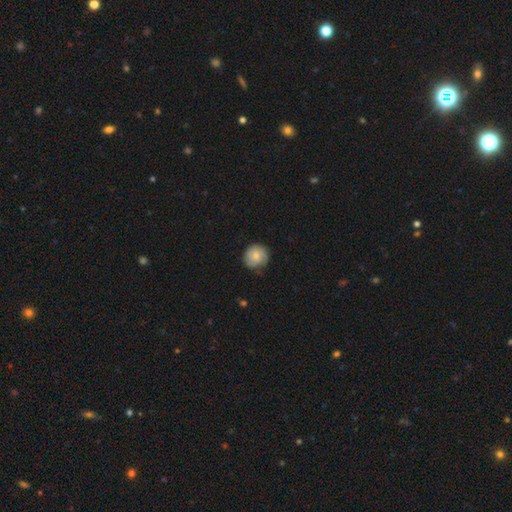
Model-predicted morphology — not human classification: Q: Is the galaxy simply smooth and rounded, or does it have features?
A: smooth — 74%.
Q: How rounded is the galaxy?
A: round — 88%.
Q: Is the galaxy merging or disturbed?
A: none — 73%.